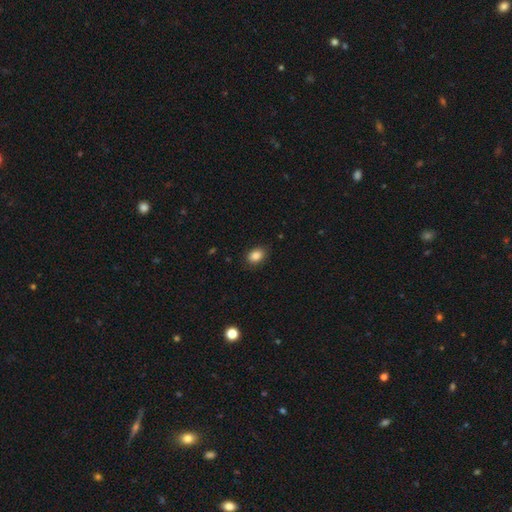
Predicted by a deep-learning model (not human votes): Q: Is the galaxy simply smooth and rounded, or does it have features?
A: smooth — 86%.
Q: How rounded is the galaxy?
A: in between — 74%.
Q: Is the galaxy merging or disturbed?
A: none — 86%.